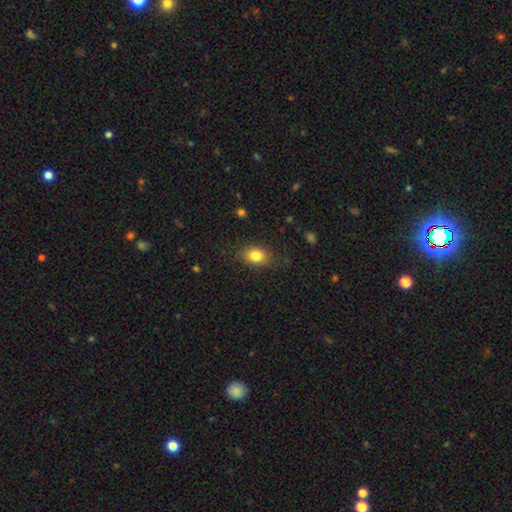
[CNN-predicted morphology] Smooth or featured? Predicted: smooth (p=0.82). How rounded? Predicted: in between (p=0.67). Merging? Predicted: none (p=0.81).